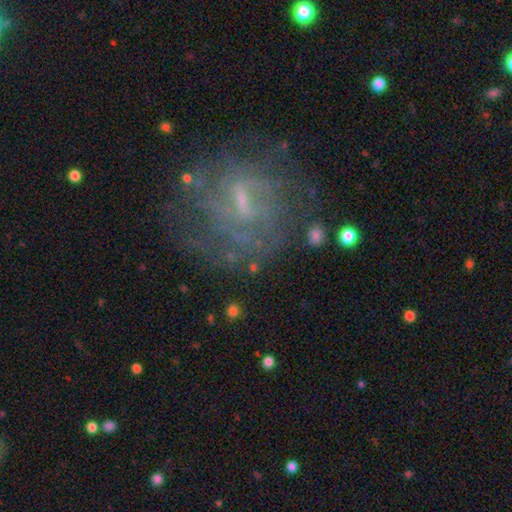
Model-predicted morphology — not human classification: This appears to be a featured or disk galaxy (70%) with a weak bar (55%), spiral arms (63%) and a small central bulge (55%). Merging: none (64%).